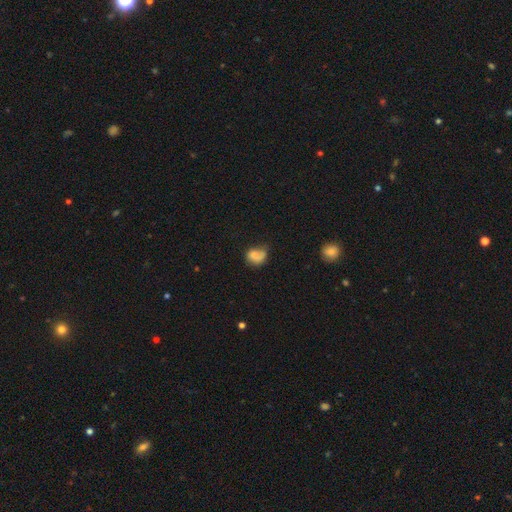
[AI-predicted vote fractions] smooth-or-featured: smooth: 71% | featured or disk: 18% | star or artifact: 11%
  how-rounded: in between: 56% | round: 42% | cigar-shaped: 1%
  merging: none: 34% | minor disturbance: 30% | major disturbance: 22% | merger: 14%